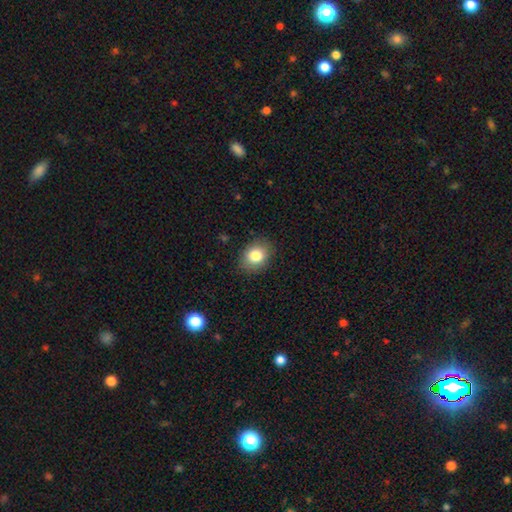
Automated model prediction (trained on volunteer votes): The model was most divided on "how rounded": in between: 58%, round: 41%, cigar-shaped: 1%. More confident: merging — none (86%); smooth or featured — smooth (82%).